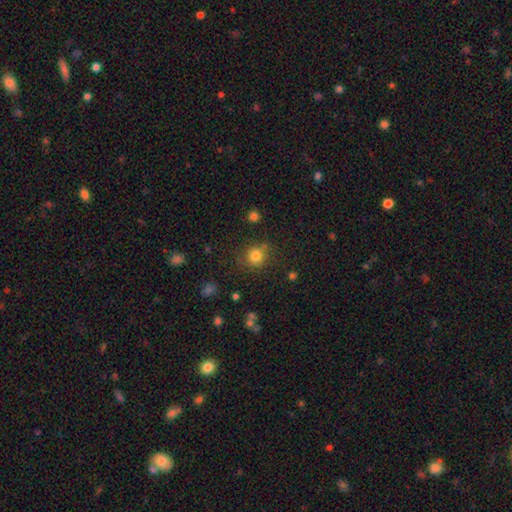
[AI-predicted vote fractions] Smooth or featured?
  - smooth: 81% *
  - star or artifact: 13%
  - featured or disk: 6%
How rounded?
  - round: 89% *
  - in between: 10%
  - cigar-shaped: 1%
Merging?
  - none: 79% *
  - minor disturbance: 13%
  - major disturbance: 4%
  - merger: 4%